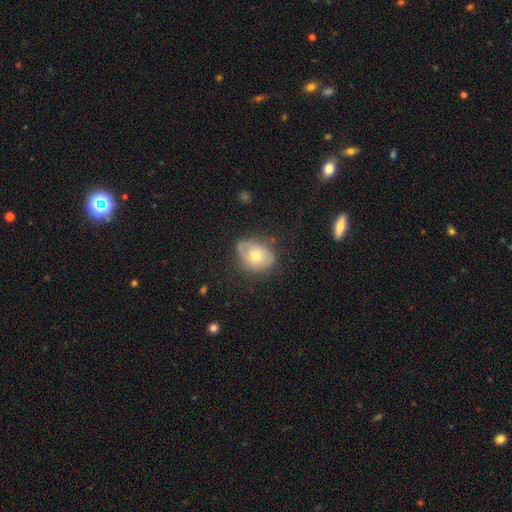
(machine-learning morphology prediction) Smooth or featured: smooth — 56% (featured or disk — 36%)
How rounded: in between — 63% (round — 36%)
Merging: none — 63% (minor disturbance — 26%)